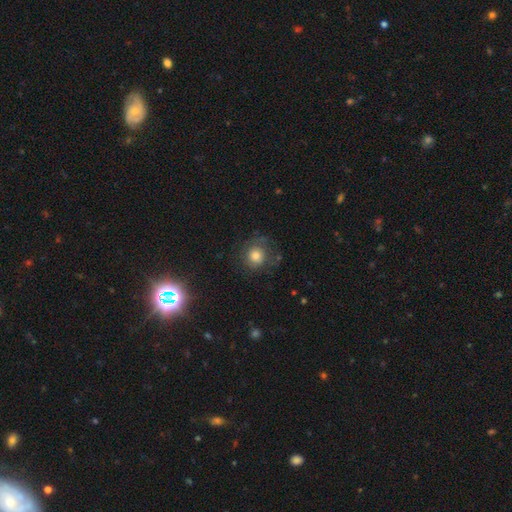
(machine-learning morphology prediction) A smooth galaxy with no disk features (70%) that is round (87%).

Vote fractions:
- Smooth or featured? smooth: 70% / featured or disk: 18% / star or artifact: 11%
- How rounded? round: 87% / in between: 12% / cigar-shaped: 1%
- Merging? none: 67% / minor disturbance: 19% / major disturbance: 12% / merger: 2%